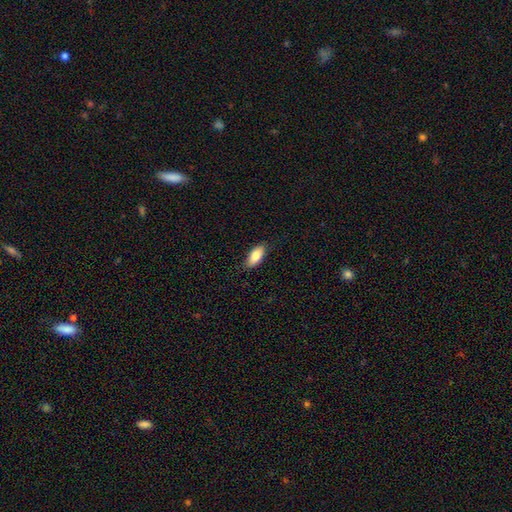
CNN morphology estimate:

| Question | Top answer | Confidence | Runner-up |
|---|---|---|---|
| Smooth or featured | smooth | 83% | featured or disk (10%) |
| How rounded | in between | 88% | cigar-shaped (10%) |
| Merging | none | 85% | minor disturbance (12%) |